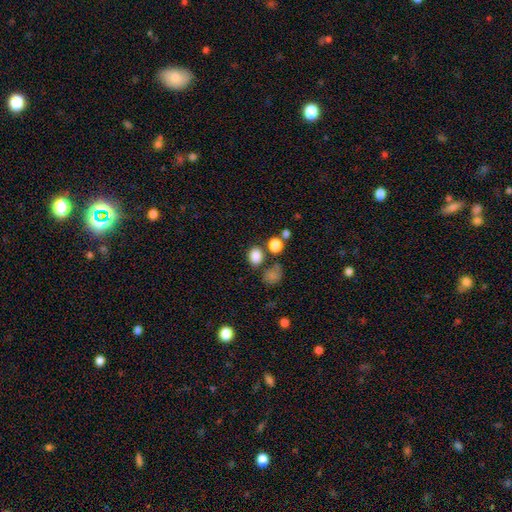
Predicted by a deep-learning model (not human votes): smooth 83%, star or artifact 12%, featured or disk 5%. Down the decision tree: how rounded — round (50%); merging — none (68%).